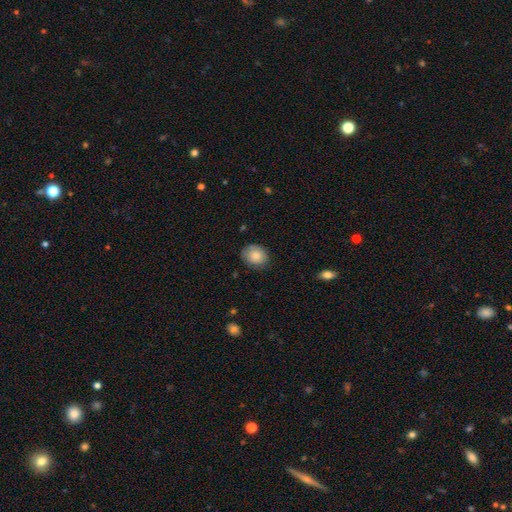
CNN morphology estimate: Overall: smooth (83%). How rounded: round (52%; in between 47%). Merging: none (78%).